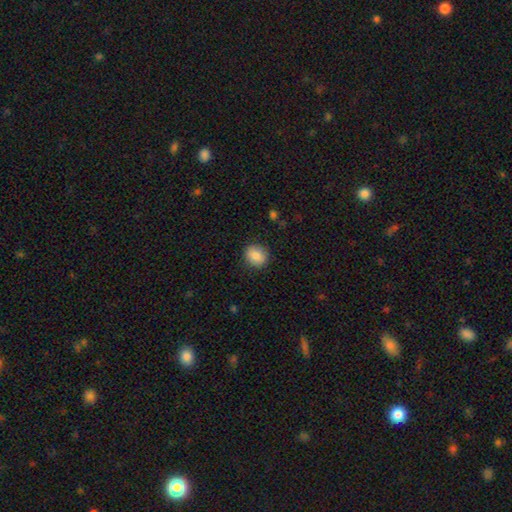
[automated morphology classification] Smooth or featured? Predicted: smooth (p=0.87). How rounded? Predicted: round (p=0.76). Merging? Predicted: none (p=0.88).